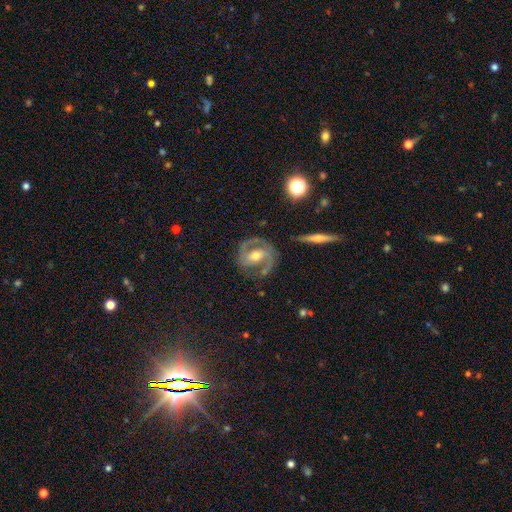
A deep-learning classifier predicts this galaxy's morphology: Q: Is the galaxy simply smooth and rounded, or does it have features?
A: featured or disk — 86%.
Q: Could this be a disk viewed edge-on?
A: no — 96%.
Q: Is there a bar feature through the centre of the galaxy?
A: weak — 38%.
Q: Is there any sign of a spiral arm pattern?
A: yes — 95%.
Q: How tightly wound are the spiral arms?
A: medium — 52%.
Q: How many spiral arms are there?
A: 2 — 90%.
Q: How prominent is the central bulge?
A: moderate — 69%.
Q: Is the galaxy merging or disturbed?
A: none — 78%.